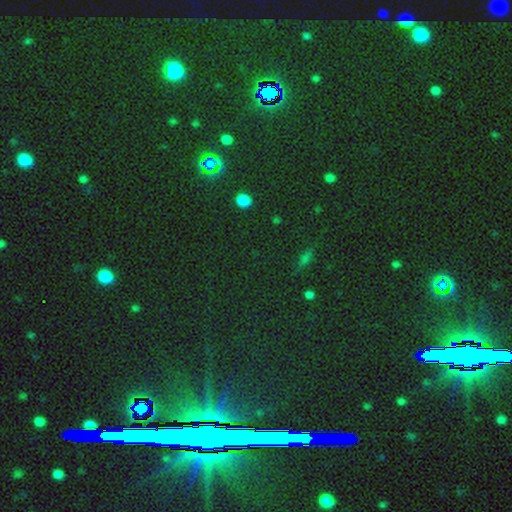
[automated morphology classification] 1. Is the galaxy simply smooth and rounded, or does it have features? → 78% star or artifact, 14% smooth, 8% featured or disk.